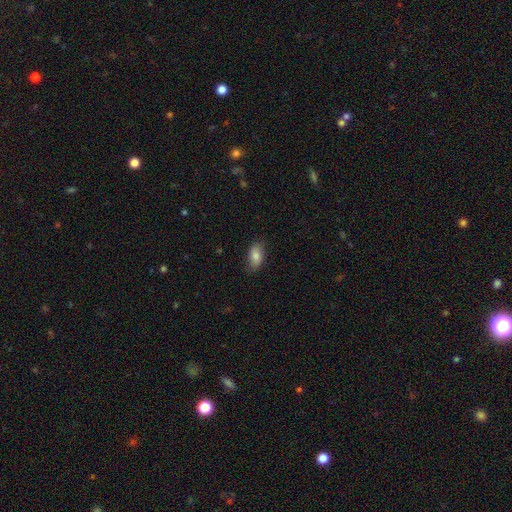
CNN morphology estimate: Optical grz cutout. It shows a smooth galaxy with no disk features (81%) that is in between round and cigar-shaped (92%). Merging: none (79%).